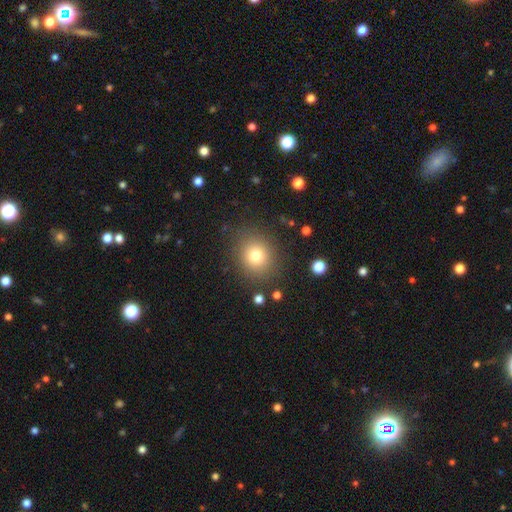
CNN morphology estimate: Smooth or featured: smooth — 77% (star or artifact — 13%)
How rounded: round — 74% (in between — 25%)
Merging: none — 85% (minor disturbance — 9%)